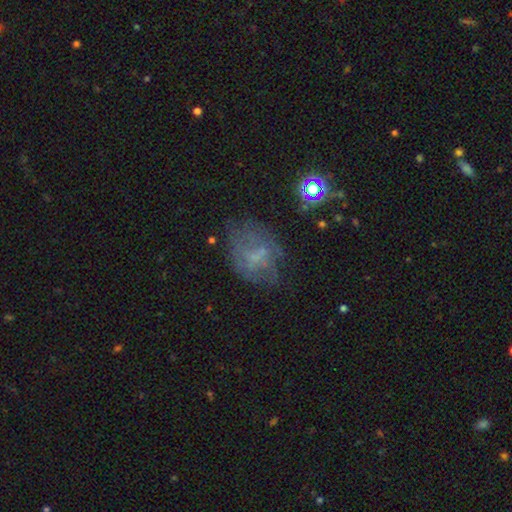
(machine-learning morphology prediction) smooth-or-featured: featured or disk: 46% | smooth: 34% | star or artifact: 19%
  merging: none: 53% | minor disturbance: 22% | major disturbance: 21% | merger: 4%